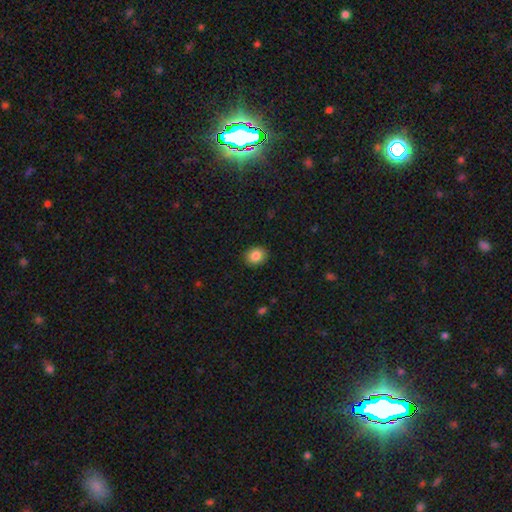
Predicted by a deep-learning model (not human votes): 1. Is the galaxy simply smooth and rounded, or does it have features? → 86% smooth, 9% star or artifact, 5% featured or disk.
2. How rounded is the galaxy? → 65% round, 34% in between, 1% cigar-shaped.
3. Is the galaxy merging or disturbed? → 90% none, 7% minor disturbance, 2% major disturbance, 1% merger.